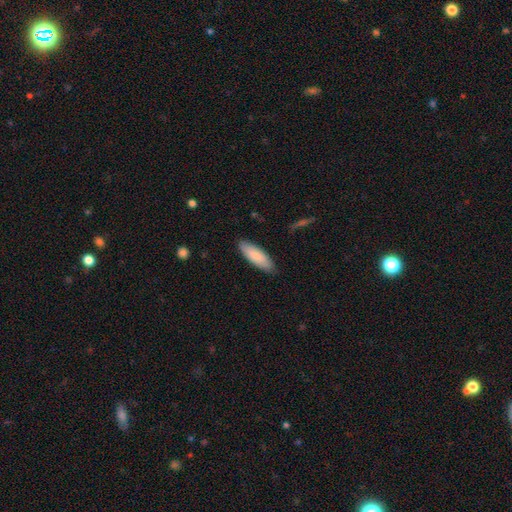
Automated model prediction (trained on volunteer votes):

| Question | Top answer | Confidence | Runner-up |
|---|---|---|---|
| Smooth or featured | smooth | 84% | featured or disk (11%) |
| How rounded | in between | 61% | cigar-shaped (38%) |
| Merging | none | 86% | minor disturbance (11%) |